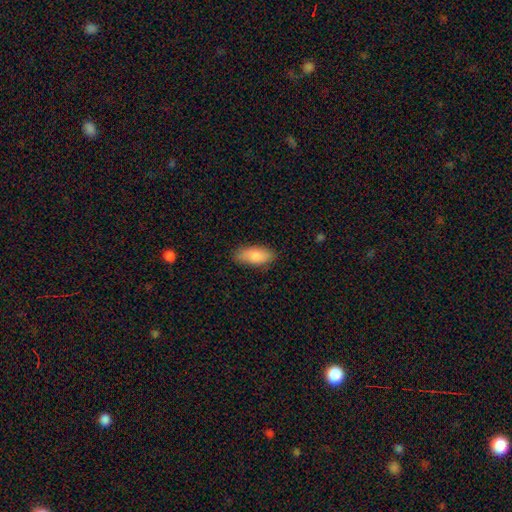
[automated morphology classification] type=smooth (86%); roundness=in between (85%); merging=none (83%).